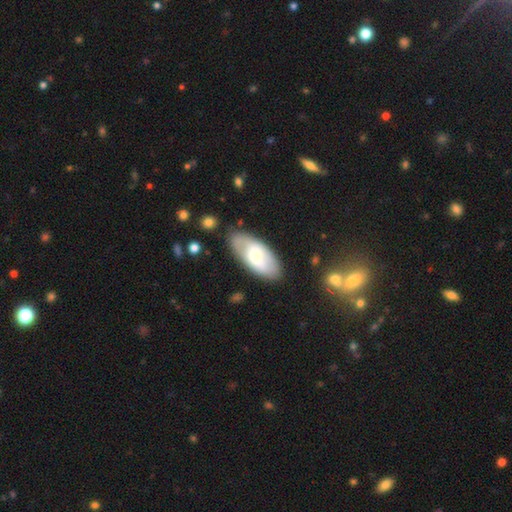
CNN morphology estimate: Smooth or featured?
  - smooth: 51% *
  - featured or disk: 43%
  - star or artifact: 6%
How rounded?
  - in between: 90% *
  - cigar-shaped: 7%
  - round: 3%
Merging?
  - none: 79% *
  - minor disturbance: 14%
  - major disturbance: 5%
  - merger: 2%